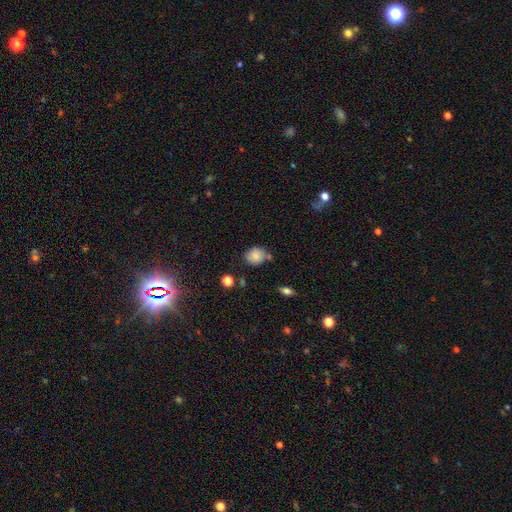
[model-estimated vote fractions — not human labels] Smooth or featured: smooth — 83% (star or artifact — 10%)
How rounded: round — 62% (in between — 37%)
Merging: none — 70% (minor disturbance — 17%)